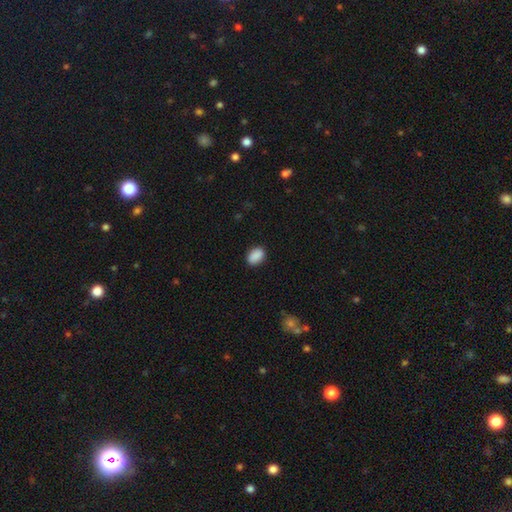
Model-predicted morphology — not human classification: Smooth or featured? Predicted: smooth (p=0.90). How rounded? Predicted: in between (p=0.83). Merging? Predicted: none (p=0.87).